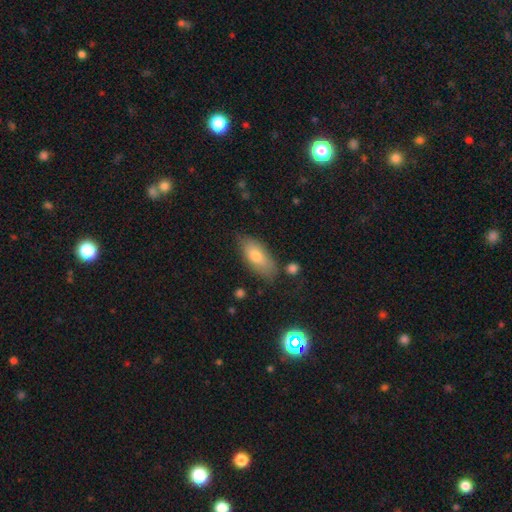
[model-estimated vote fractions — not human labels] Smooth or featured: smooth — 73% (featured or disk — 19%)
How rounded: in between — 83% (cigar-shaped — 14%)
Merging: none — 74% (minor disturbance — 19%)